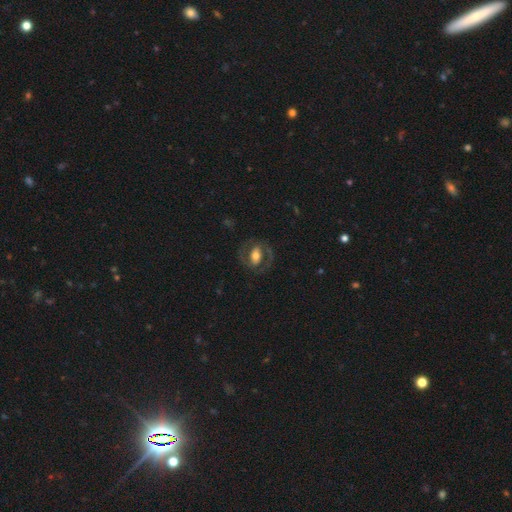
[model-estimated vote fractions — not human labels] A featured or disk galaxy (63%) with no bar (35%), spiral arms (65%) and a moderate central bulge (57%). Merging: none (72%).